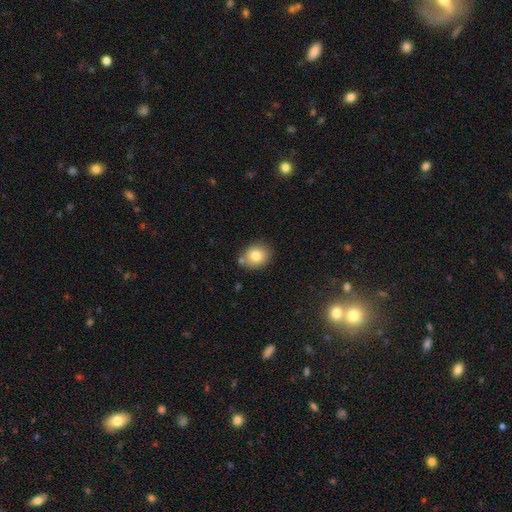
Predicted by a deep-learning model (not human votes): Q: Smooth or featured?
A: smooth (81%); runner-up: star or artifact (9%)
Q: How rounded?
A: round (63%); runner-up: in between (36%)
Q: Merging?
A: none (76%); runner-up: minor disturbance (13%)